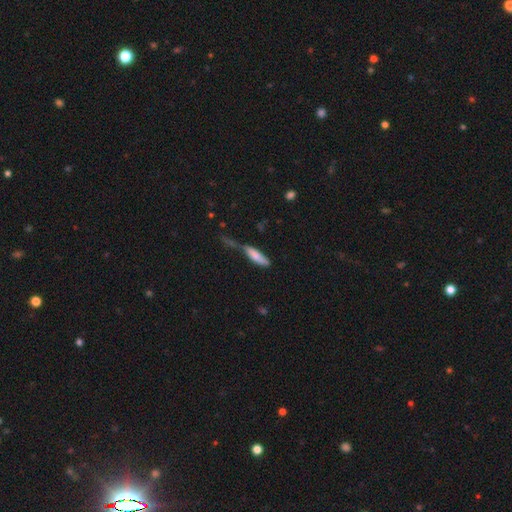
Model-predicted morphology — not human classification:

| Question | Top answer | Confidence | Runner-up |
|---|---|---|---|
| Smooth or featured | smooth | 73% | featured or disk (20%) |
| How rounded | cigar-shaped | 61% | in between (37%) |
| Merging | none | 29% | major disturbance (27%) |